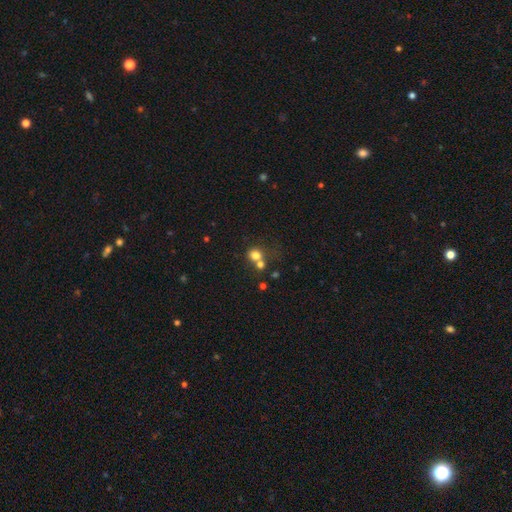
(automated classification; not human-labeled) Smooth or featured: smooth — 75% (star or artifact — 14%)
How rounded: round — 79% (in between — 20%)
Merging: merger — 44% (none — 42%)